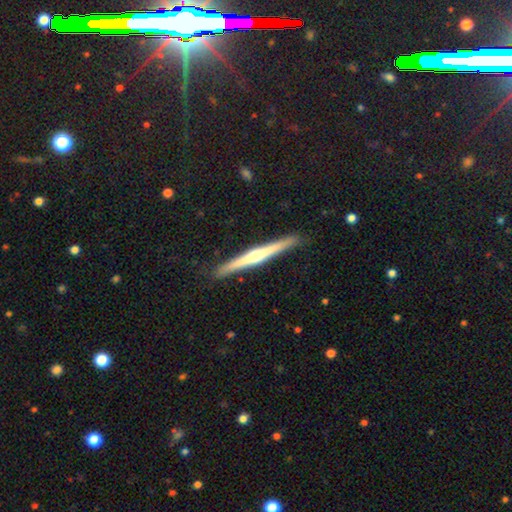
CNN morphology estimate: This appears to be a featured or disk galaxy (73%) viewed edge-on (98%) with a rounded central bulge (85%). Merging: none (91%).